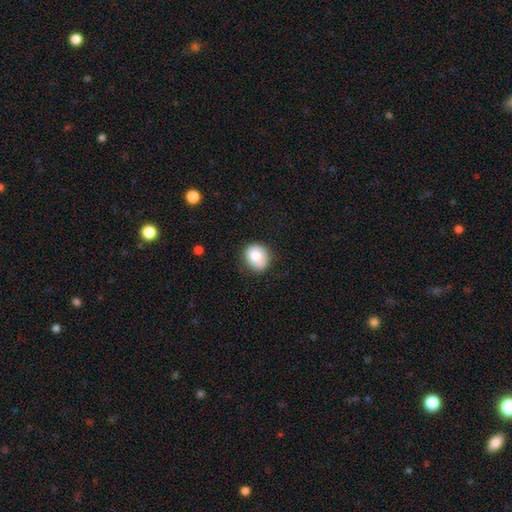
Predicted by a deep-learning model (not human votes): smooth_or_featured: smooth (p=0.77) [alt: featured or disk p=0.15]
how_rounded: round (p=0.68) [alt: in between p=0.31]
merging: none (p=0.76) [alt: minor disturbance p=0.19]